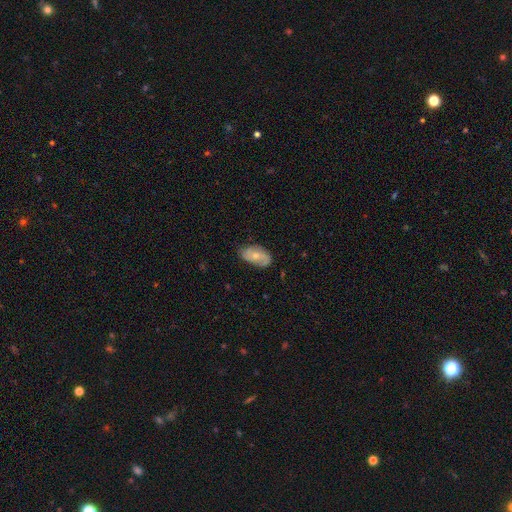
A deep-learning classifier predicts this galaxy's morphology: This appears to be a smooth galaxy with no disk features (49%). Merging: none (69%).